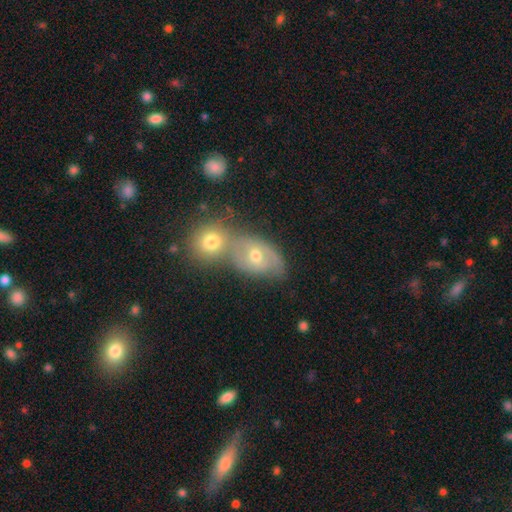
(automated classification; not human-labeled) The model was most divided on "smooth or featured": featured or disk: 44%, smooth: 43%, star or artifact: 13%. Remaining: merging — merger (47%).